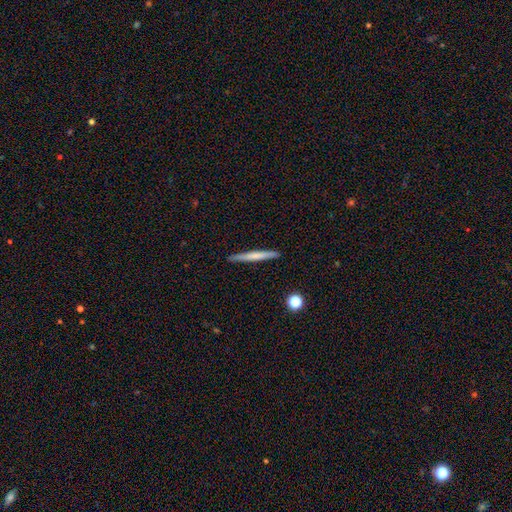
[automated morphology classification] smooth 57%, featured or disk 37%, star or artifact 6%. Down the decision tree: how rounded — cigar-shaped (96%); merging — none (90%).